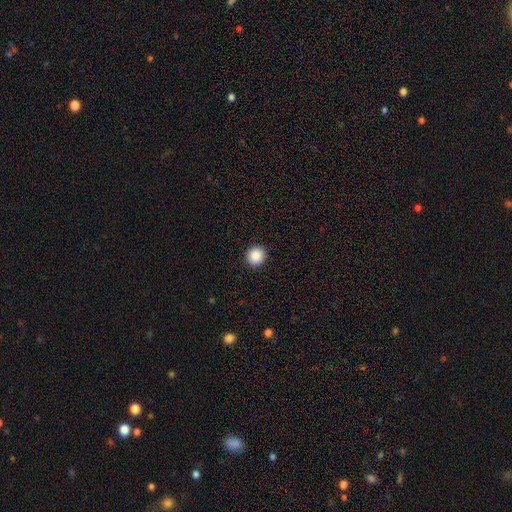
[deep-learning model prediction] smooth-or-featured: smooth: 88% | star or artifact: 9% | featured or disk: 3%
  how-rounded: round: 92% | in between: 7% | cigar-shaped: 1%
  merging: none: 93% | minor disturbance: 5% | major disturbance: 2% | merger: 1%